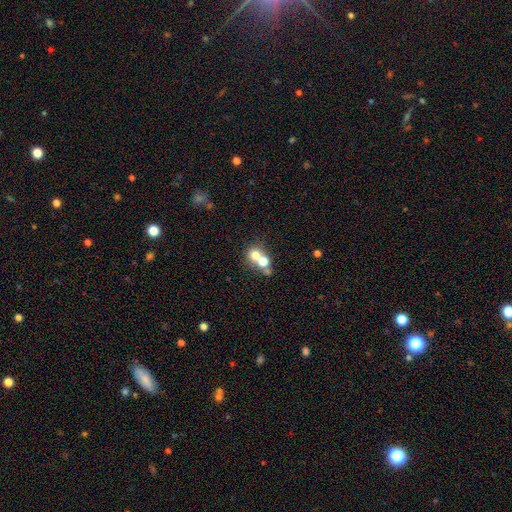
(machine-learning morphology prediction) Q: Smooth or featured?
A: smooth (67%); runner-up: featured or disk (19%)
Q: How rounded?
A: round (77%); runner-up: in between (21%)
Q: Merging?
A: merger (58%); runner-up: none (32%)